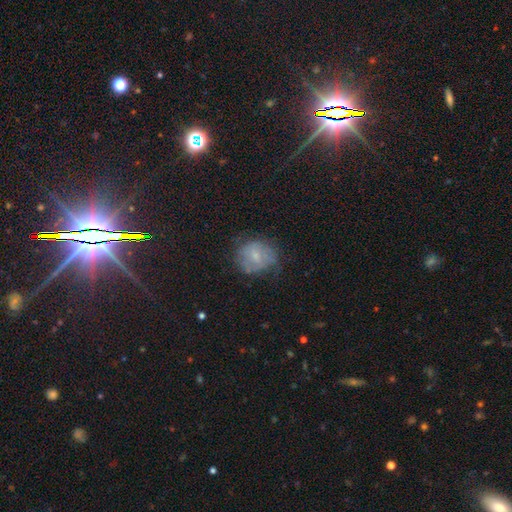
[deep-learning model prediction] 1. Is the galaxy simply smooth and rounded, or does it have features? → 54% smooth, 34% featured or disk, 11% star or artifact.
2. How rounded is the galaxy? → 67% round, 32% in between, 1% cigar-shaped.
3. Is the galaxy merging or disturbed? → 59% none, 27% minor disturbance, 13% major disturbance, 2% merger.